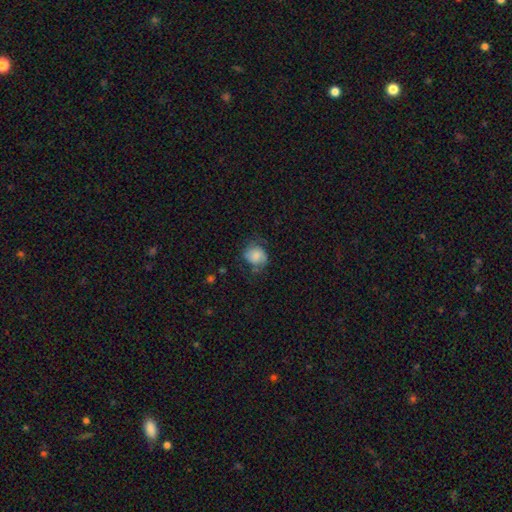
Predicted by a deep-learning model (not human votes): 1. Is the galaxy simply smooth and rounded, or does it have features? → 67% smooth, 25% featured or disk, 9% star or artifact.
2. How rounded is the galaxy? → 67% round, 32% in between, 1% cigar-shaped.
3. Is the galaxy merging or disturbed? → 55% none, 28% minor disturbance, 16% major disturbance, 2% merger.